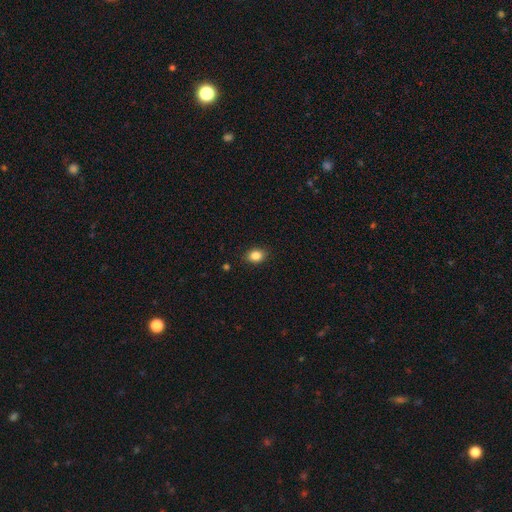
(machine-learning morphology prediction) This is clearly a smooth galaxy (85%). How rounded: likely in between (61%). Merging: clearly none (88%).